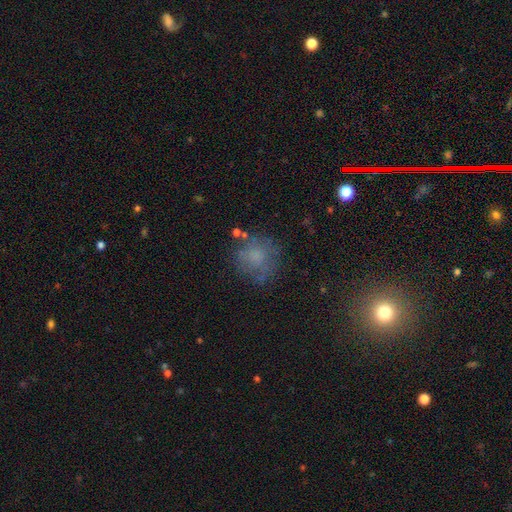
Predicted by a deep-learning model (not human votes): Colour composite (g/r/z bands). It shows a smooth galaxy with no disk features (61%) that is round (86%). Merging: none (65%).